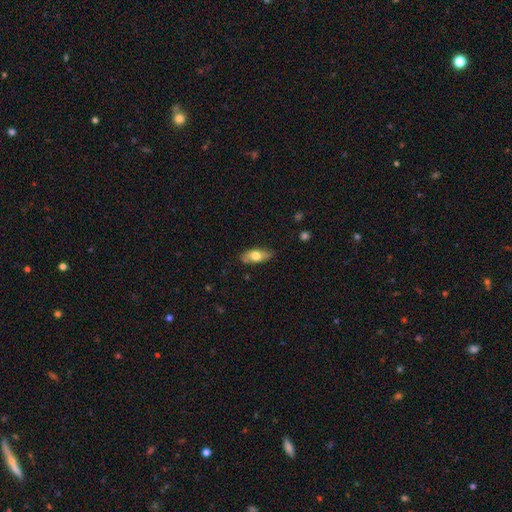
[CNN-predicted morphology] Q: Smooth or featured?
A: smooth (67%); runner-up: featured or disk (27%)
Q: How rounded?
A: in between (80%); runner-up: cigar-shaped (17%)
Q: Merging?
A: none (80%); runner-up: minor disturbance (16%)